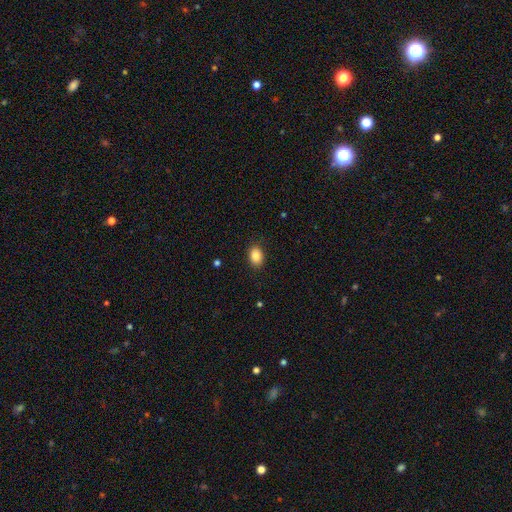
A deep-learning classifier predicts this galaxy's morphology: The model was most divided on "how rounded": in between: 76%, round: 23%, cigar-shaped: 1%. More confident: merging — none (88%); smooth or featured — smooth (87%).